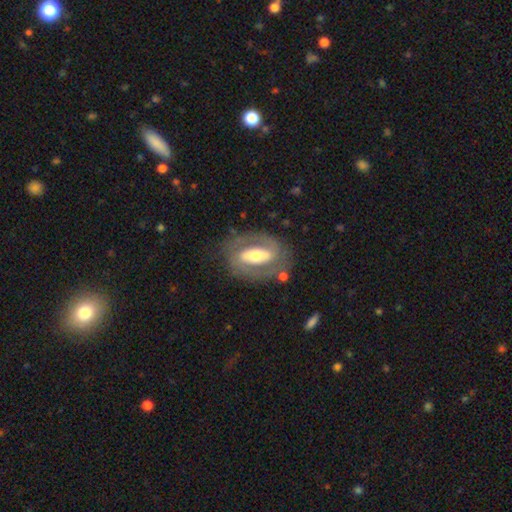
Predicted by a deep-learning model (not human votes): smooth-or-featured: featured or disk: 71% | smooth: 24% | star or artifact: 5%
  disk-edge-on: no: 90% | yes: 10%
    bar: strong: 55% | weak: 24% | no: 21%
    has-spiral-arms: yes: 51% | no: 49%
    bulge-size: moderate: 60% | large: 19% | small: 18% | dominant: 2% | none: 1%
  merging: none: 74% | minor disturbance: 14% | major disturbance: 9% | merger: 3%